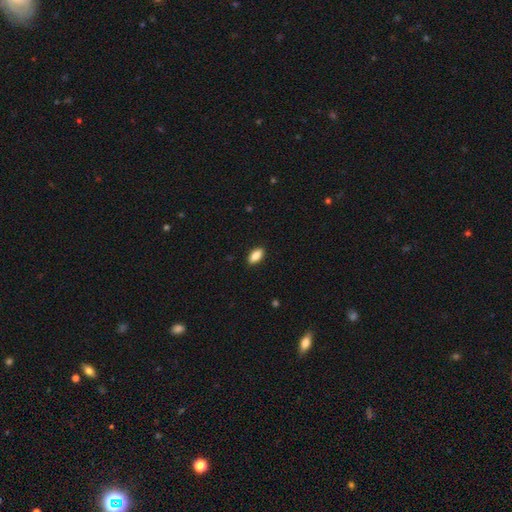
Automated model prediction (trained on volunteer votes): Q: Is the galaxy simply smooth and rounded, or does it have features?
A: smooth — 87%.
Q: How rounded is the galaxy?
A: in between — 90%.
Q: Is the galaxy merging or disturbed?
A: none — 89%.